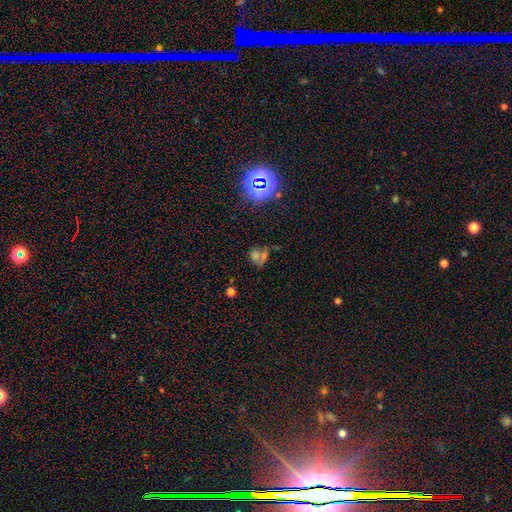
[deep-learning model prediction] A smooth galaxy with no disk features (48%).

Vote fractions:
- Smooth or featured? smooth: 48% / star or artifact: 35% / featured or disk: 17%
- Merging? merger: 40% / none: 35% / minor disturbance: 13% / major disturbance: 12%